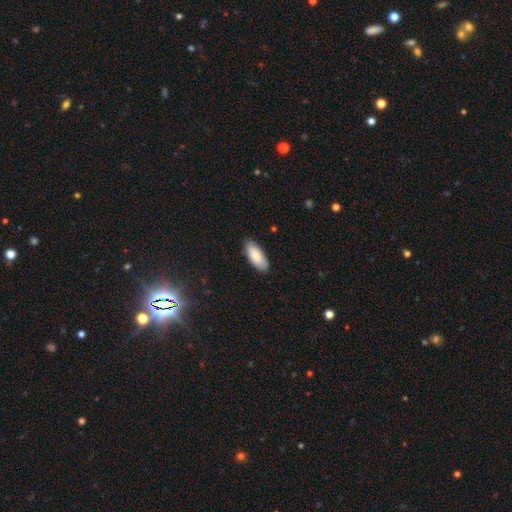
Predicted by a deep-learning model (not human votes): Smooth or featured?
  - smooth: 85% *
  - featured or disk: 10%
  - star or artifact: 6%
How rounded?
  - in between: 87% *
  - cigar-shaped: 11%
  - round: 2%
Merging?
  - none: 83% *
  - minor disturbance: 14%
  - major disturbance: 2%
  - merger: 1%